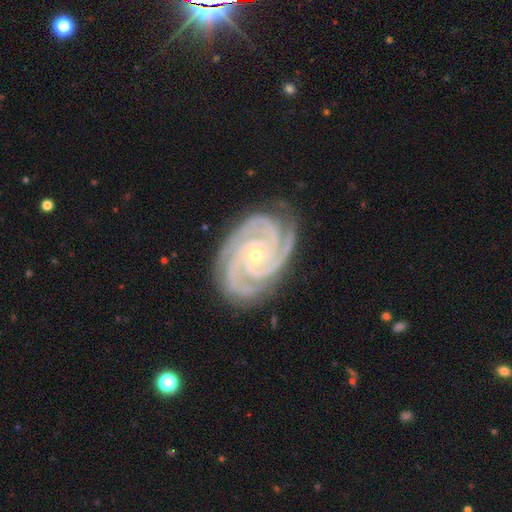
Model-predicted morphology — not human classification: Smooth or featured? featured or disk (94%)
Edge-on disk? no (98%)
Bar? no (69%)
Spiral arms? yes (99%)
Spiral winding? tight (81%)
Spiral arm count? 3 (44%)
Bulge size? small (73%)
Merging? none (81%)